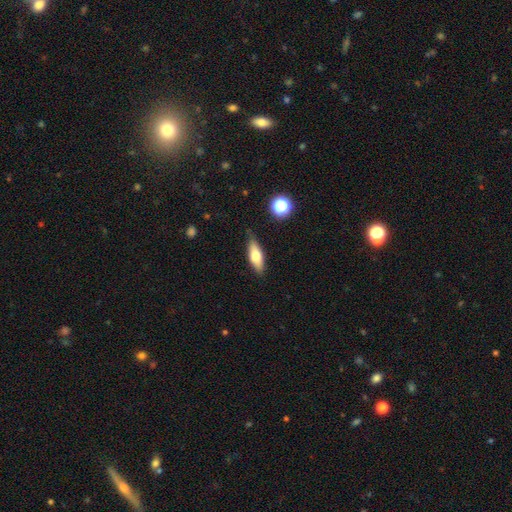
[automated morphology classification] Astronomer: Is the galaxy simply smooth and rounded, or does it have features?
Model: smooth — 64%.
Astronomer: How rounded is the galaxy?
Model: in between — 60% (runner-up: cigar-shaped, 37%).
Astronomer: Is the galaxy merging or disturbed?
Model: none — 81%.